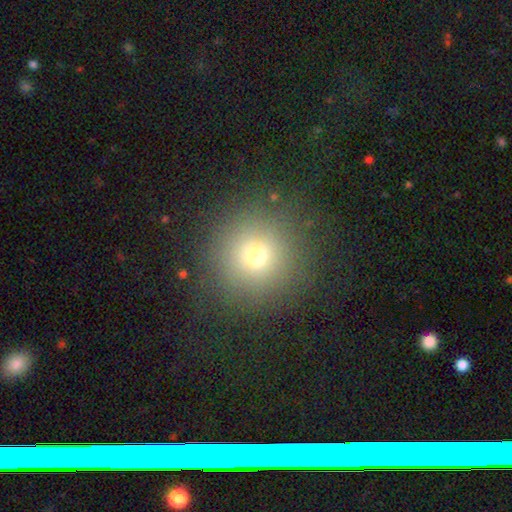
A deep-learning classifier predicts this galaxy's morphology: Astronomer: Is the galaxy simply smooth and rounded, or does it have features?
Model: smooth — 69%.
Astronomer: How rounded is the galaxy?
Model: round — 95%.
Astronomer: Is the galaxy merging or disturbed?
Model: none — 86%.